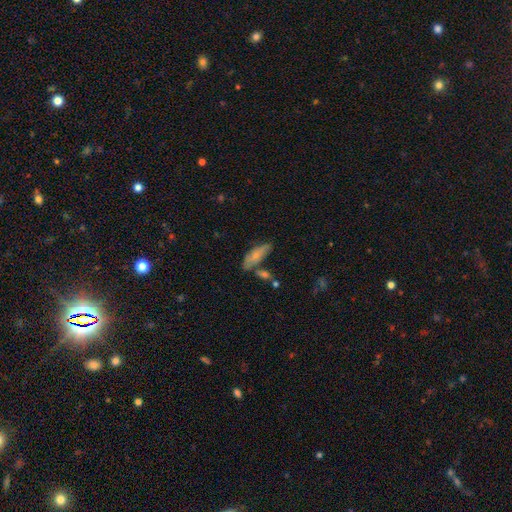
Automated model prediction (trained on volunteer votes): Smooth or featured?
  - smooth: 68% *
  - featured or disk: 25%
  - star or artifact: 7%
How rounded?
  - in between: 62% *
  - cigar-shaped: 35%
  - round: 2%
Merging?
  - none: 52% *
  - minor disturbance: 23%
  - merger: 17%
  - major disturbance: 7%